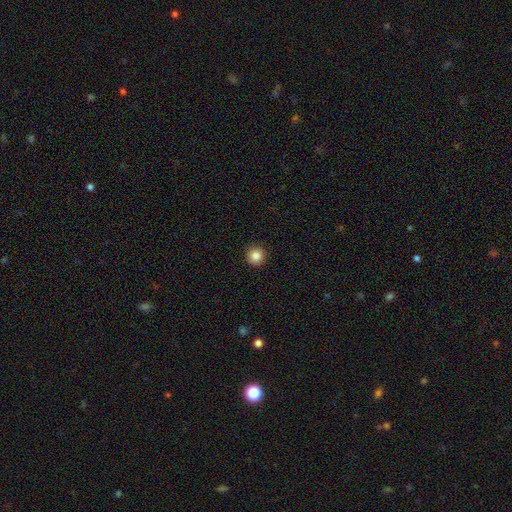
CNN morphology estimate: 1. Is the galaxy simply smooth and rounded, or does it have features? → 86% smooth, 10% star or artifact, 4% featured or disk.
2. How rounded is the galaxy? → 95% round, 4% in between, 1% cigar-shaped.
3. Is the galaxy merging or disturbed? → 92% none, 5% minor disturbance, 2% major disturbance, 1% merger.